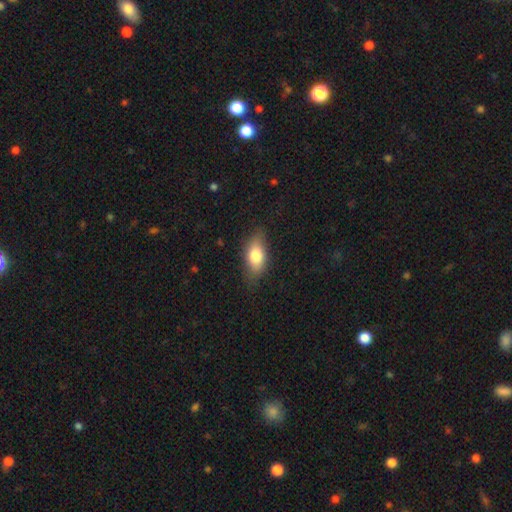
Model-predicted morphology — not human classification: Smooth or featured: smooth — 75% (featured or disk — 18%)
How rounded: in between — 82% (cigar-shaped — 11%)
Merging: none — 79% (minor disturbance — 17%)